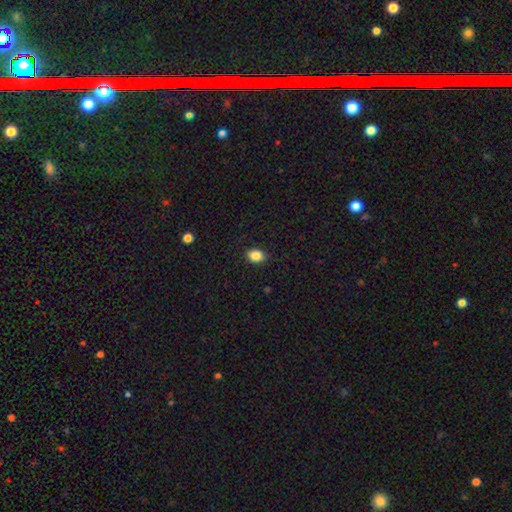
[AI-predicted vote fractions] smooth-or-featured: smooth: 86% | star or artifact: 9% | featured or disk: 4%
  how-rounded: in between: 67% | round: 32% | cigar-shaped: 1%
  merging: none: 89% | minor disturbance: 8% | major disturbance: 2% | merger: 1%